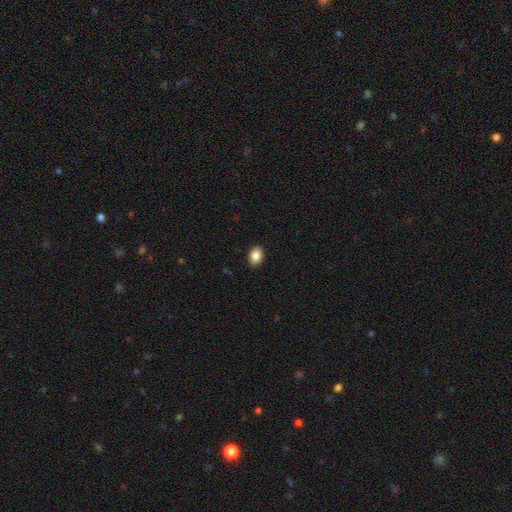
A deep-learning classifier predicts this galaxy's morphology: Overall: smooth (87%). How rounded: in between (85%). Merging: none (90%).